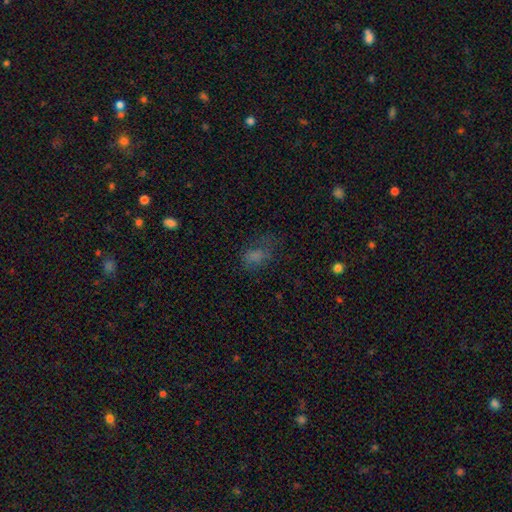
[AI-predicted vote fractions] This is likely a smooth galaxy (60%). How rounded: likely in between (79%). Merging: possibly none (48%).